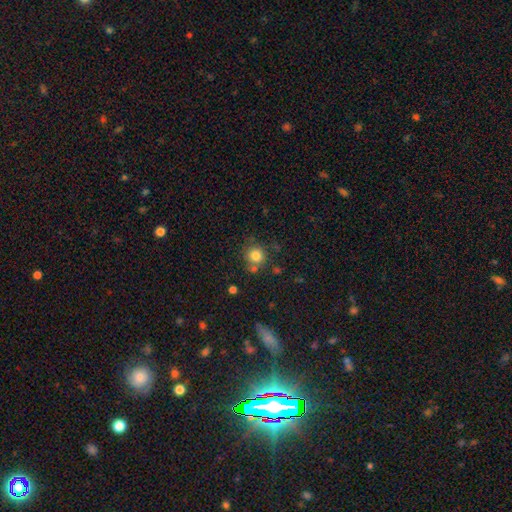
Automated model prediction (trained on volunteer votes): smooth 81%, star or artifact 12%, featured or disk 7%. Down the decision tree: how rounded — round (91%); merging — none (73%).